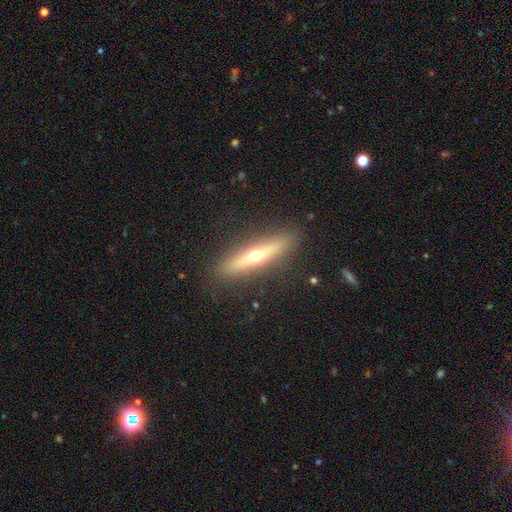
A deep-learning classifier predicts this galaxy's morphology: A featured or disk galaxy (60%) viewed edge-on (92%) with a rounded central bulge (93%). Merging: none (89%).